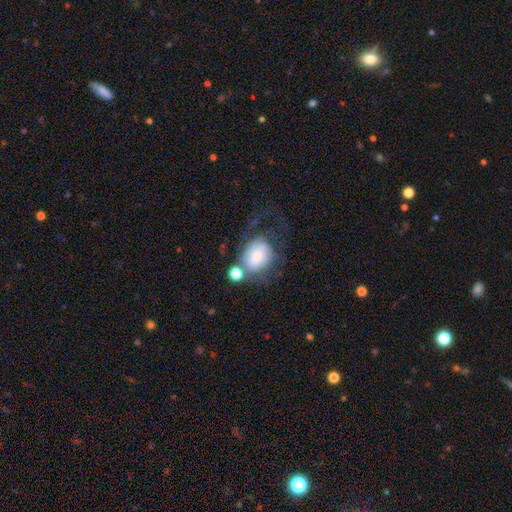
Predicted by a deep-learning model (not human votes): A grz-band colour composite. It shows a smooth galaxy with no disk features (51%) that is in between round and cigar-shaped (50%). Merging: major disturbance (31%).